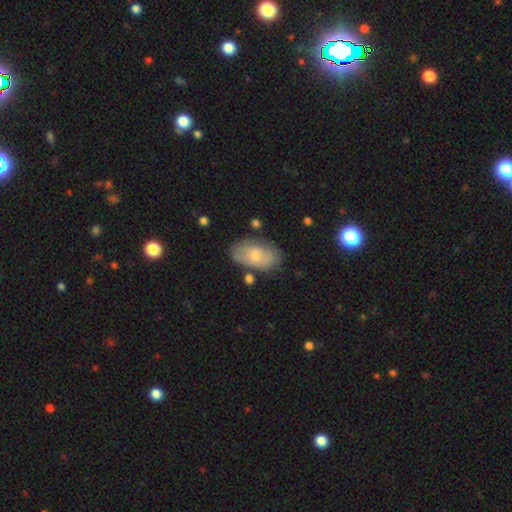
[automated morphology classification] smooth-or-featured: smooth: 64% | featured or disk: 30% | star or artifact: 6%
  how-rounded: in between: 92% | round: 6% | cigar-shaped: 2%
  merging: none: 68% | minor disturbance: 21% | major disturbance: 6% | merger: 5%